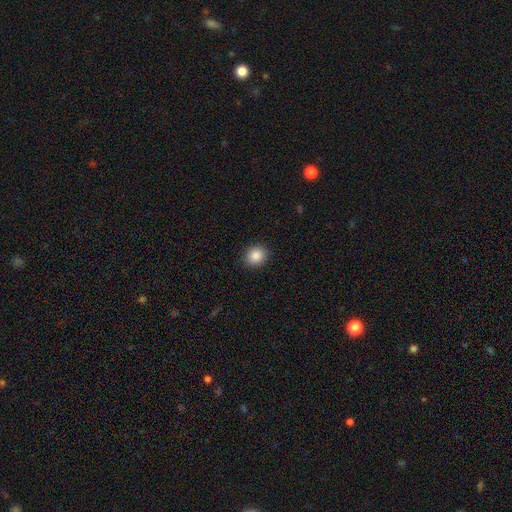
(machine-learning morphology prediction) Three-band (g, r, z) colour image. It shows a smooth galaxy with no disk features (87%) that is round (81%). Merging: none (91%).